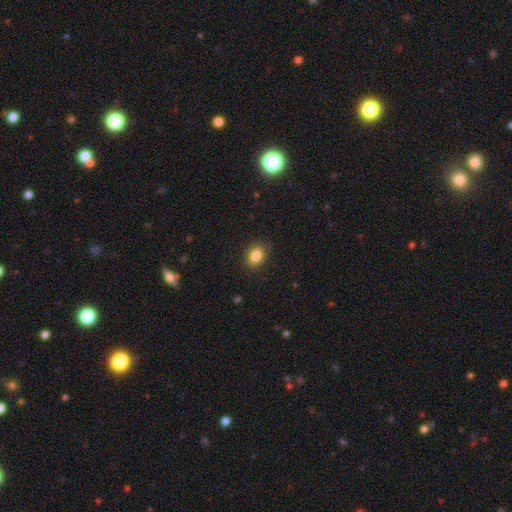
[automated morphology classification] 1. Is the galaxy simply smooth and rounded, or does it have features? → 85% smooth, 9% star or artifact, 6% featured or disk.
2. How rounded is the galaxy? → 65% in between, 33% round, 1% cigar-shaped.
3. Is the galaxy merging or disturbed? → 86% none, 11% minor disturbance, 3% major disturbance, 1% merger.